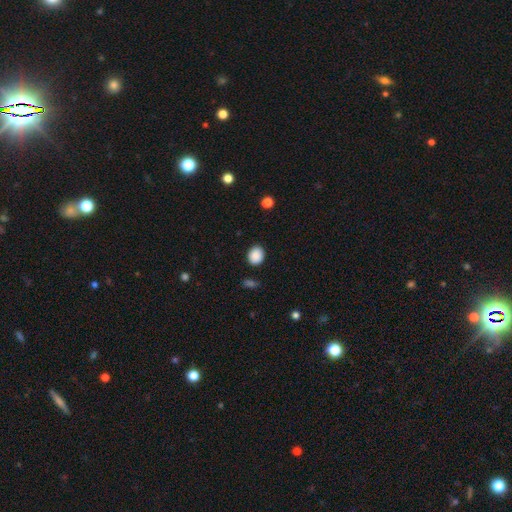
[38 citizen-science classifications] Overall: smooth (92%). How rounded: round (51%; in between 46%). Merging: none (89%).